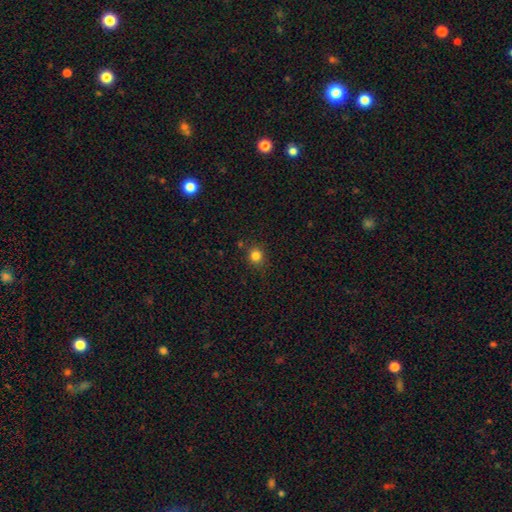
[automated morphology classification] A smooth galaxy with no disk features (82%) that is round (88%).

Vote fractions:
- Smooth or featured? smooth: 82% / star or artifact: 14% / featured or disk: 4%
- How rounded? round: 88% / in between: 11% / cigar-shaped: 1%
- Merging? none: 83% / minor disturbance: 10% / merger: 4% / major disturbance: 3%